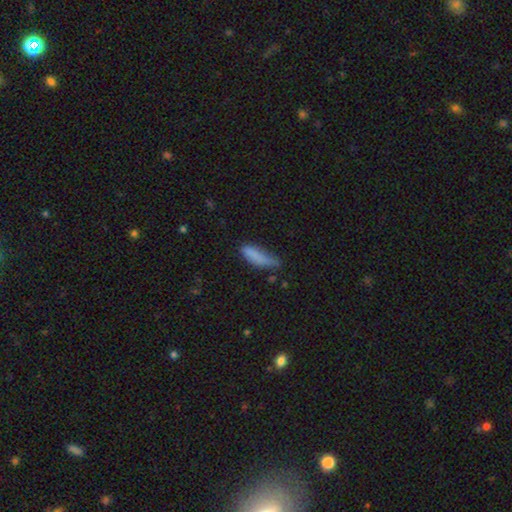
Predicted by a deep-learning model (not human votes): Smooth or featured? Predicted: smooth (p=0.80). How rounded? Predicted: cigar-shaped (p=0.55). Merging? Predicted: none (p=0.41).